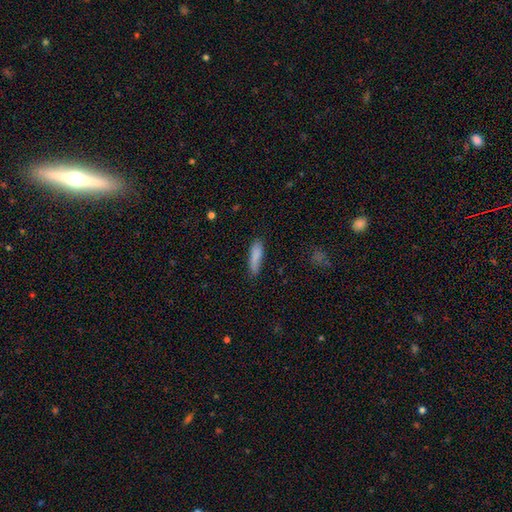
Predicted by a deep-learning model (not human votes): Smooth or featured: smooth — 85% (featured or disk — 8%)
How rounded: cigar-shaped — 67% (in between — 31%)
Merging: none — 77% (minor disturbance — 18%)